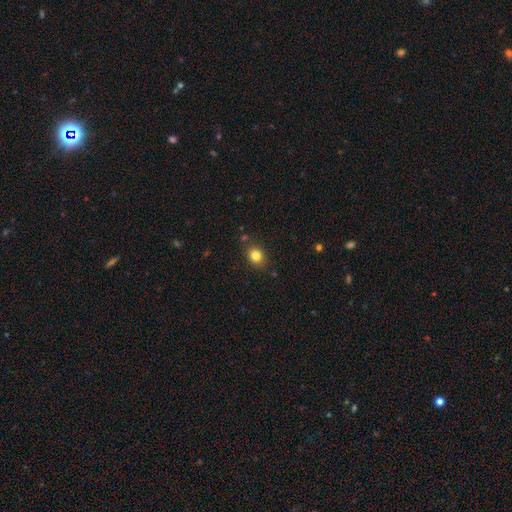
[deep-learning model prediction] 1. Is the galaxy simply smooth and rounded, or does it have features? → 82% smooth, 11% star or artifact, 6% featured or disk.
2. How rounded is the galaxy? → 58% round, 41% in between, 1% cigar-shaped.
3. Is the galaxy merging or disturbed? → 83% none, 11% minor disturbance, 3% merger, 3% major disturbance.